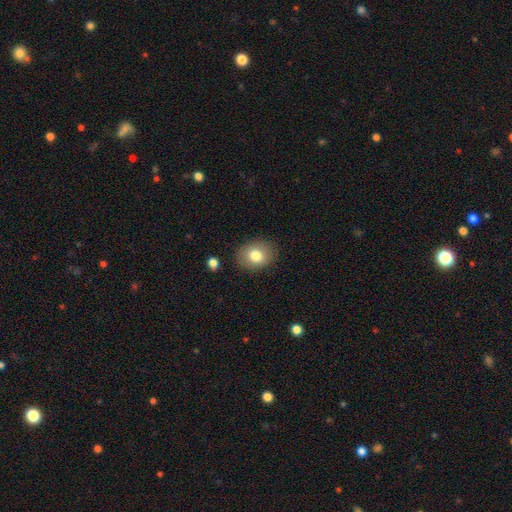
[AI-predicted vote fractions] Smooth or featured? smooth (79%)
How rounded? in between (59%)
Merging? none (86%)